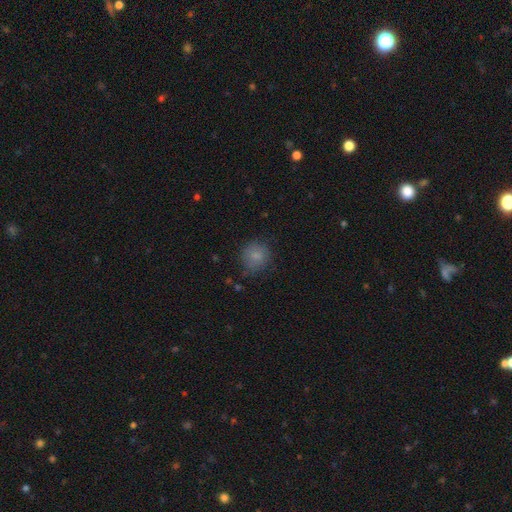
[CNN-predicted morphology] Q: Smooth or featured?
A: smooth (81%); runner-up: star or artifact (10%)
Q: How rounded?
A: round (86%); runner-up: in between (13%)
Q: Merging?
A: none (74%); runner-up: minor disturbance (19%)